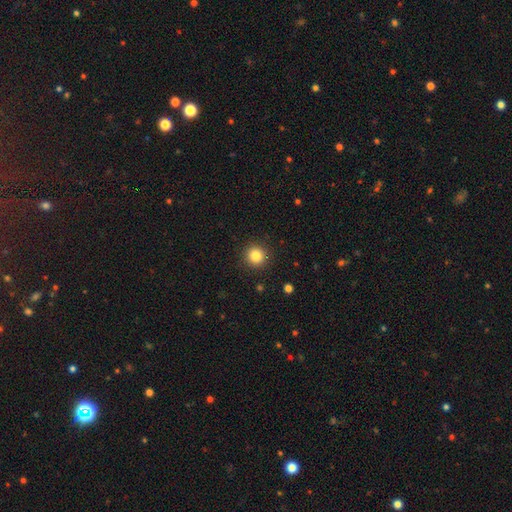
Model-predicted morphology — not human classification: The model was most divided on "smooth or featured": smooth: 85%, star or artifact: 11%, featured or disk: 4%. More confident: how rounded — round (94%); merging — none (91%).